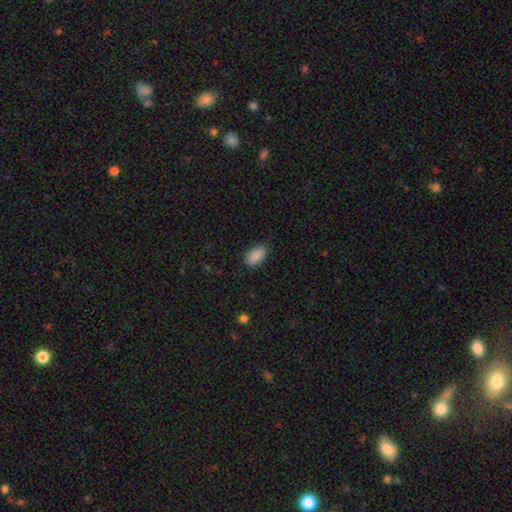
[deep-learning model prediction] smooth_or_featured: smooth (p=0.89) [alt: star or artifact p=0.07]
how_rounded: in between (p=0.93) [alt: round p=0.04]
merging: none (p=0.81) [alt: minor disturbance p=0.15]